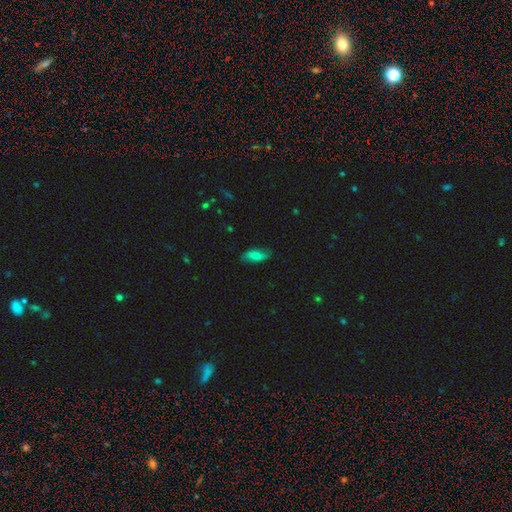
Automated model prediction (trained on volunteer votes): Smooth or featured?
  - smooth: 67% *
  - featured or disk: 24%
  - star or artifact: 8%
How rounded?
  - in between: 76% *
  - cigar-shaped: 21%
  - round: 3%
Merging?
  - none: 77% *
  - minor disturbance: 18%
  - major disturbance: 4%
  - merger: 1%